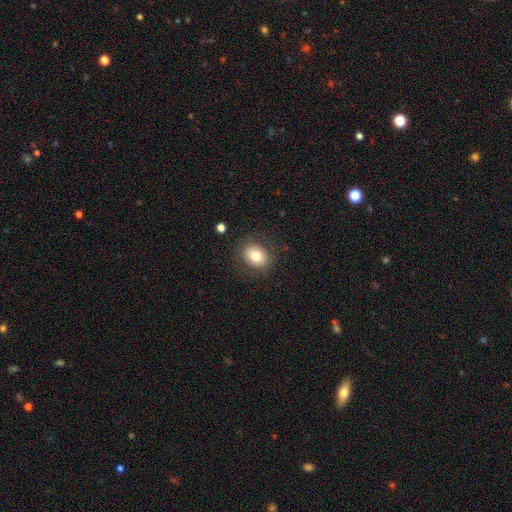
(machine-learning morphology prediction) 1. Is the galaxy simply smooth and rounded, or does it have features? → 78% smooth, 12% featured or disk, 10% star or artifact.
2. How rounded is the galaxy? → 56% round, 43% in between, 1% cigar-shaped.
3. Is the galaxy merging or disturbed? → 85% none, 10% minor disturbance, 4% major disturbance, 1% merger.